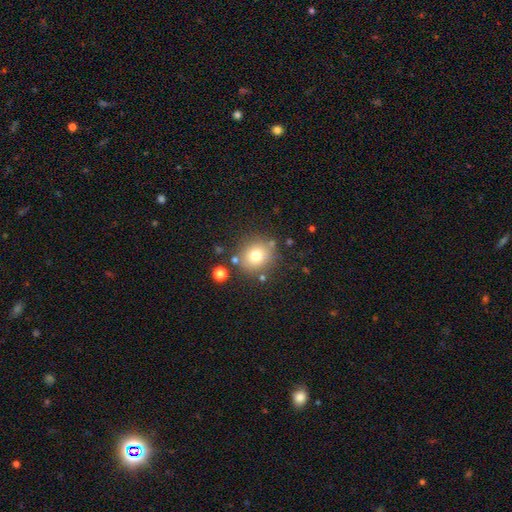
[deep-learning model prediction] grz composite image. It shows a smooth galaxy with no disk features (76%) that is round (82%). Merging: none (79%).